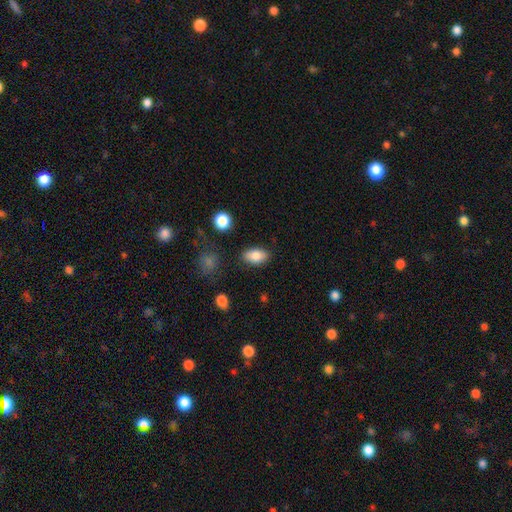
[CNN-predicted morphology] Smooth or featured: smooth — 82% (featured or disk — 10%)
How rounded: in between — 90% (round — 7%)
Merging: none — 85% (minor disturbance — 10%)